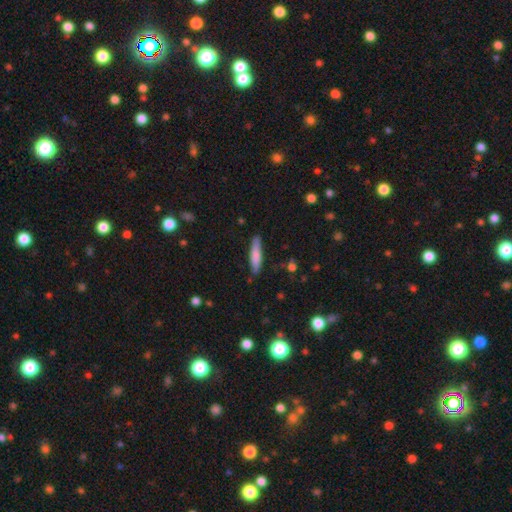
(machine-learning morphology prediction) This appears to be a smooth galaxy with no disk features (75%) that is cigar-shaped (85%). Merging: none (83%).